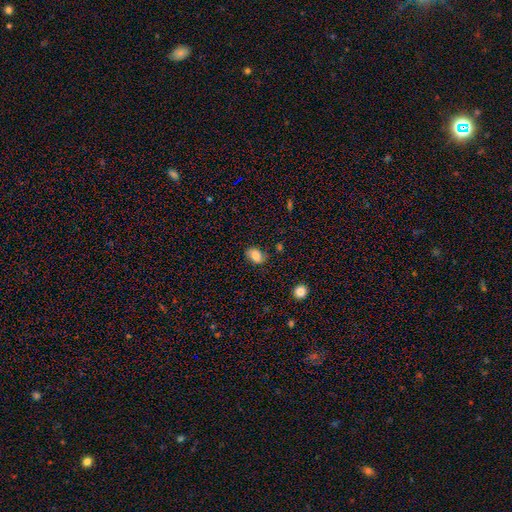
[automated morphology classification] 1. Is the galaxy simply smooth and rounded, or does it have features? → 69% smooth, 21% featured or disk, 10% star or artifact.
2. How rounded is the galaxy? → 78% in between, 20% round, 1% cigar-shaped.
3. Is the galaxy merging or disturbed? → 73% none, 20% minor disturbance, 5% major disturbance, 2% merger.